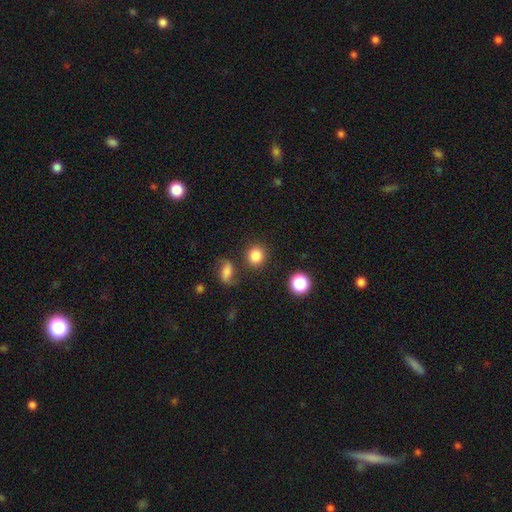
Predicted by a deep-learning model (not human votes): Overall: smooth (84%). How rounded: round (86%). Merging: none (82%).